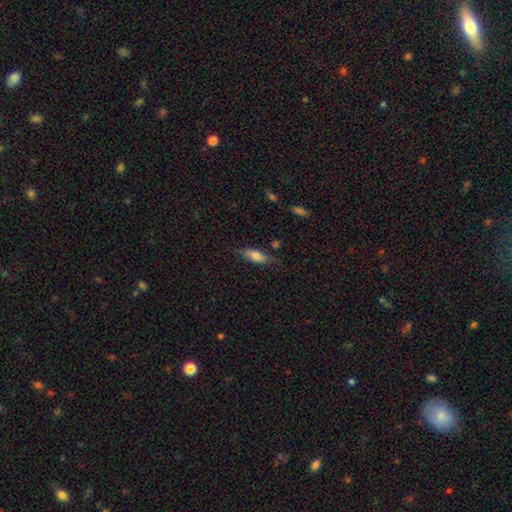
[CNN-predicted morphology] A smooth galaxy with no disk features (70%) that is in between round and cigar-shaped (56%).

Vote fractions:
- Smooth or featured? smooth: 70% / featured or disk: 22% / star or artifact: 7%
- How rounded? in between: 56% / cigar-shaped: 42% / round: 2%
- Merging? none: 71% / minor disturbance: 21% / major disturbance: 5% / merger: 3%